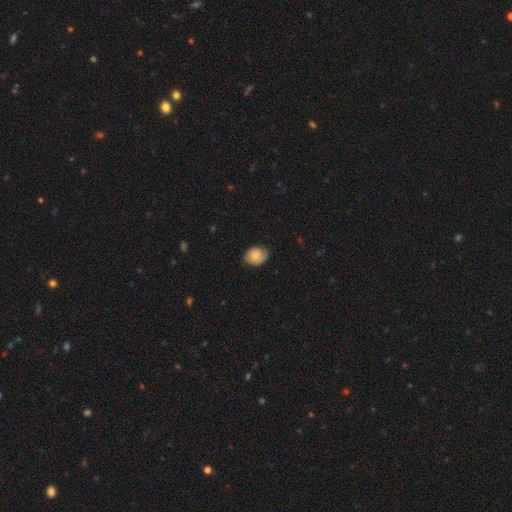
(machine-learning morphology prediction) Smooth or featured?
  - featured or disk: 47% *
  - smooth: 46%
  - star or artifact: 8%
Merging?
  - none: 69% *
  - minor disturbance: 24%
  - major disturbance: 6%
  - merger: 1%